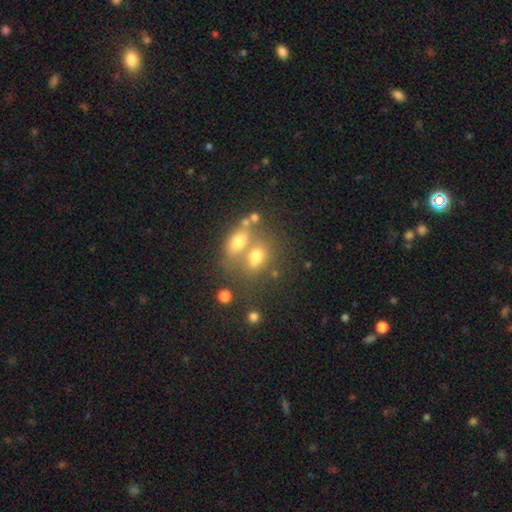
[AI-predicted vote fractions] A smooth galaxy with no disk features (63%) that is in between round and cigar-shaped (65%). Merging: merger (55%).